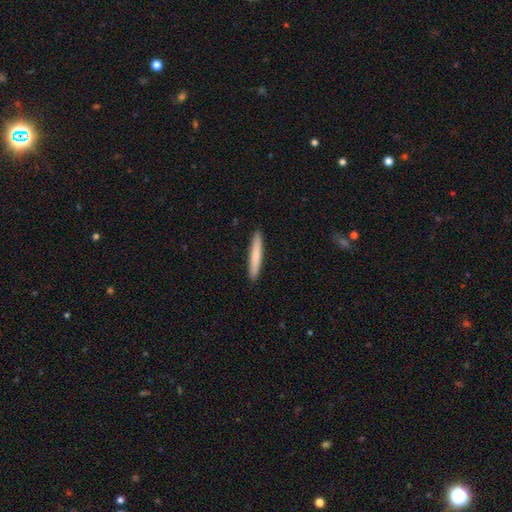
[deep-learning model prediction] The model was most divided on "smooth or featured": smooth: 74%, featured or disk: 21%, star or artifact: 5%. More confident: how rounded — cigar-shaped (94%); merging — none (92%).